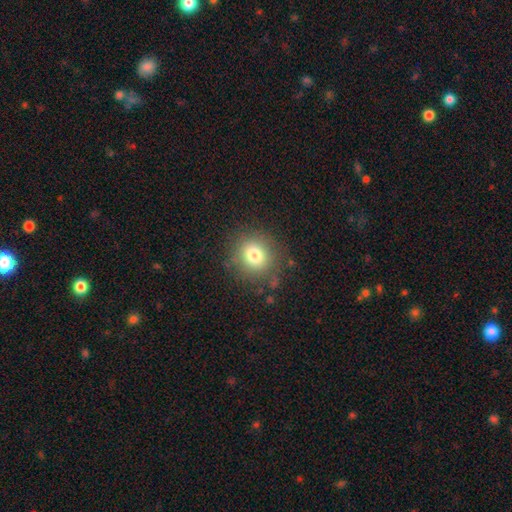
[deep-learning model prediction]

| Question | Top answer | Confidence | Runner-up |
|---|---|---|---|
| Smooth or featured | smooth | 78% | star or artifact (13%) |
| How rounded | round | 88% | in between (11%) |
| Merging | none | 83% | minor disturbance (10%) |